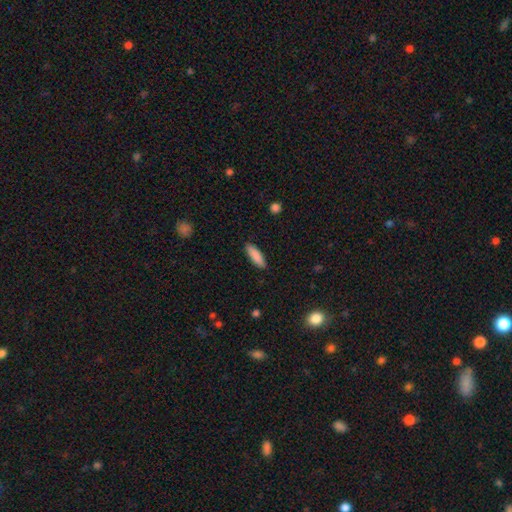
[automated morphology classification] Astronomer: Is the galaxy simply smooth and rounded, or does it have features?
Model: smooth — 88%.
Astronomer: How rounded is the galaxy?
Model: cigar-shaped — 57% (runner-up: in between, 42%).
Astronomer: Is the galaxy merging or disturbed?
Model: none — 89%.